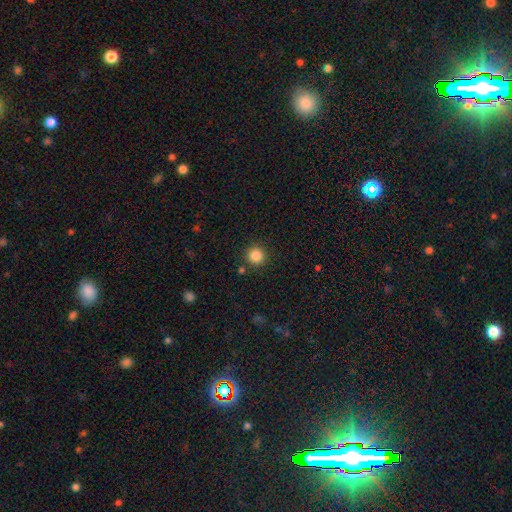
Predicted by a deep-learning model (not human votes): Smooth or featured? Predicted: smooth (p=0.85). How rounded? Predicted: round (p=0.95). Merging? Predicted: none (p=0.89).